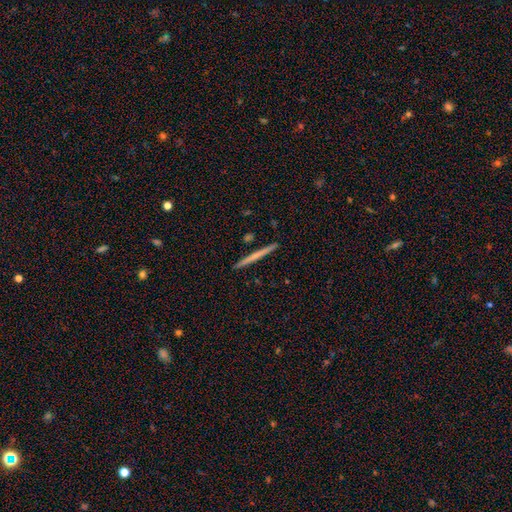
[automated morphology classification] A smooth galaxy with no disk features (51%) that is cigar-shaped (97%).

Vote fractions:
- Smooth or featured? smooth: 51% / featured or disk: 43% / star or artifact: 5%
- How rounded? cigar-shaped: 97% / in between: 2% / round: 2%
- Merging? none: 93% / minor disturbance: 5% / merger: 1% / major disturbance: 1%